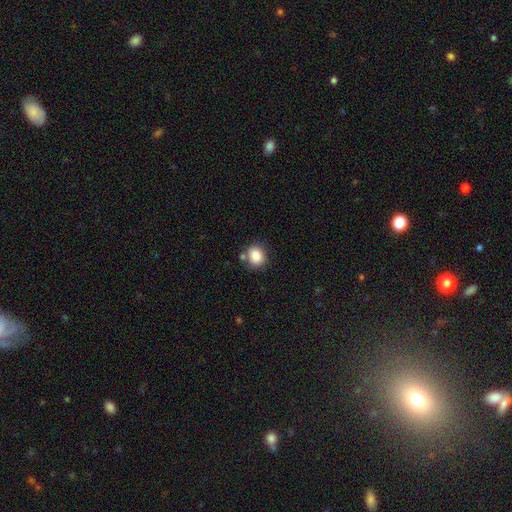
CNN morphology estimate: Smooth or featured? Predicted: smooth (p=0.86). How rounded? Predicted: round (p=0.64). Merging? Predicted: none (p=0.72).